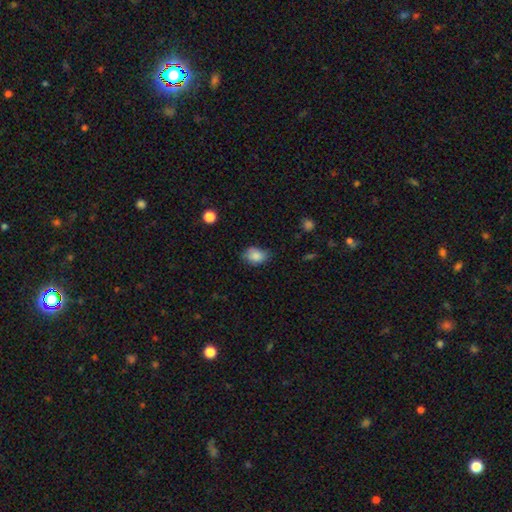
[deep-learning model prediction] smooth_or_featured: smooth (p=0.85) [alt: star or artifact p=0.08]
how_rounded: in between (p=0.77) [alt: round p=0.22]
merging: none (p=0.67) [alt: minor disturbance p=0.26]